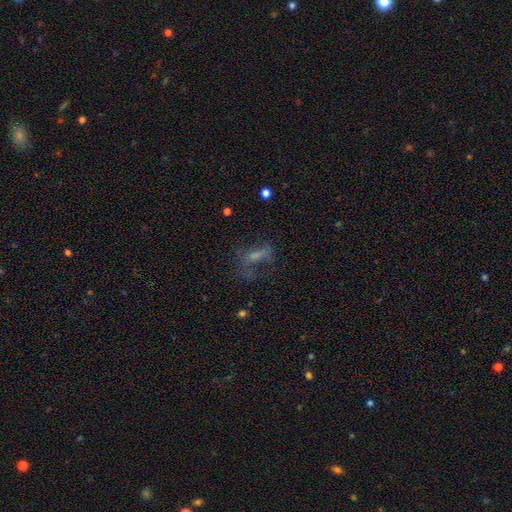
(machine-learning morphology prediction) Q: Smooth or featured?
A: smooth (44%); runner-up: featured or disk (34%)
Q: Merging?
A: none (42%); runner-up: major disturbance (35%)